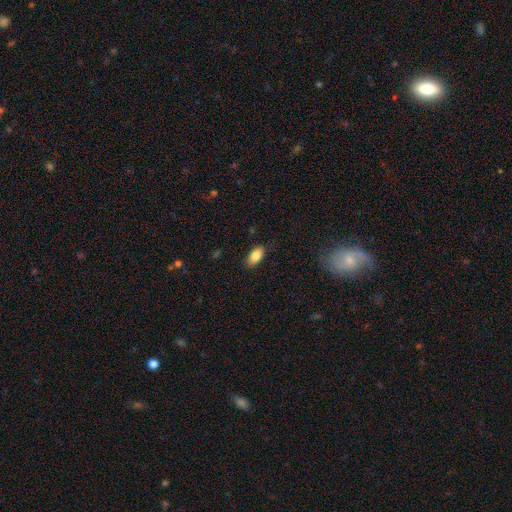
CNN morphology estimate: Q: Smooth or featured?
A: smooth (84%); runner-up: featured or disk (9%)
Q: How rounded?
A: in between (89%); runner-up: cigar-shaped (8%)
Q: Merging?
A: none (87%); runner-up: minor disturbance (10%)